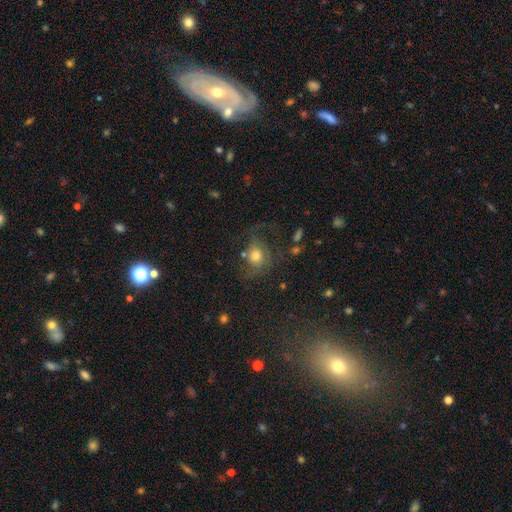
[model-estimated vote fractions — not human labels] This is possibly a smooth galaxy (51%). How rounded: likely round (62%). Merging: possibly none (47%).